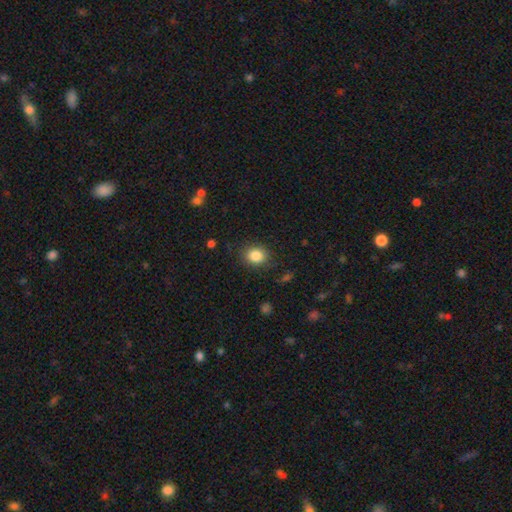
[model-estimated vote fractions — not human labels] Overall: smooth (84%). How rounded: round (64%; in between 35%). Merging: none (84%).